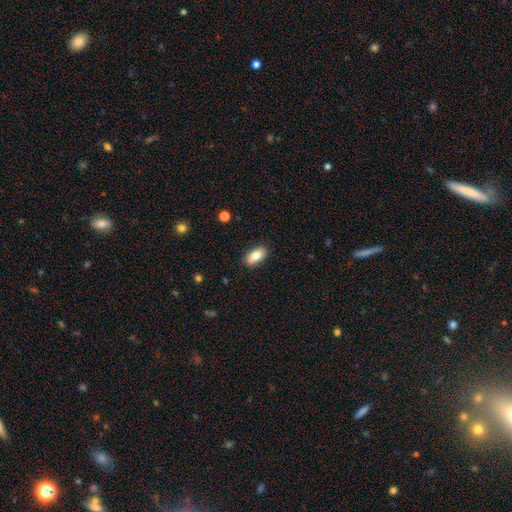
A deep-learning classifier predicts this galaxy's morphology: This is clearly a smooth galaxy (83%). How rounded: clearly in between (91%). Merging: clearly none (86%).